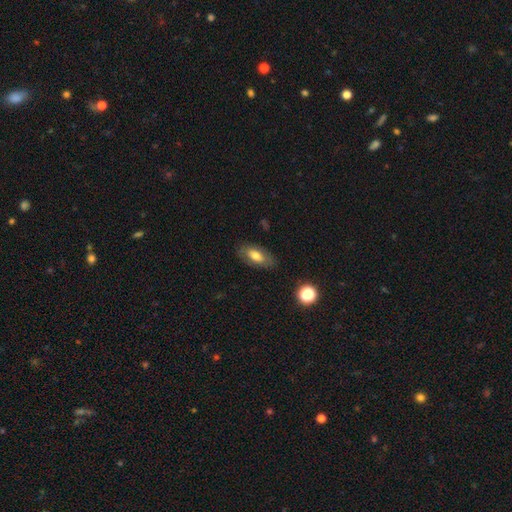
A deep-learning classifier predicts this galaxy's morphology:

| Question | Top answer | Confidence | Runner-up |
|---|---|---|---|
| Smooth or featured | smooth | 67% | featured or disk (26%) |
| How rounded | in between | 88% | cigar-shaped (8%) |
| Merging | none | 81% | minor disturbance (14%) |